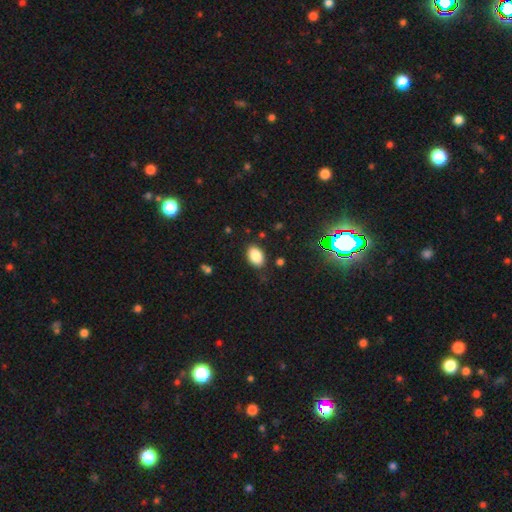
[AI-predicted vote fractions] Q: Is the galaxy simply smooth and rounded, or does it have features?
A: smooth — 85%.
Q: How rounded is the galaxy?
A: in between — 86%.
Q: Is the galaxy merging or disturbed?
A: none — 83%.